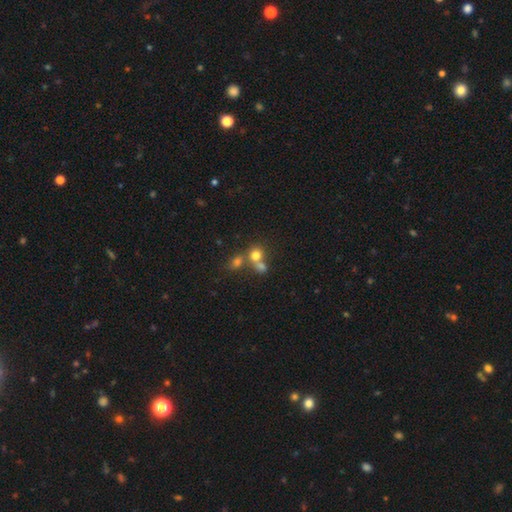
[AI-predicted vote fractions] Smooth or featured: smooth — 72% (star or artifact — 15%)
How rounded: round — 78% (in between — 21%)
Merging: merger — 50% (none — 39%)